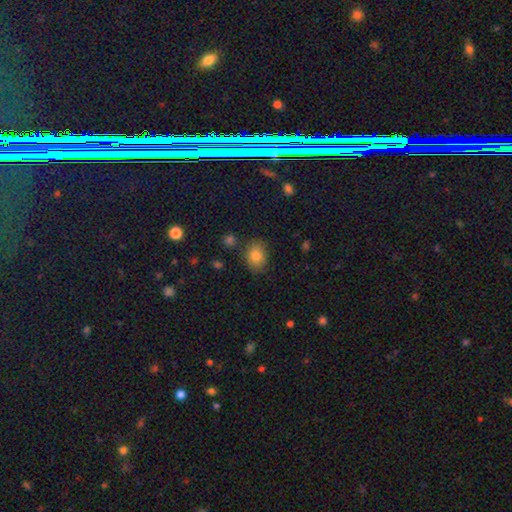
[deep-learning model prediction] The model was most divided on "how rounded": in between: 54%, round: 45%, cigar-shaped: 1%. More confident: smooth or featured — smooth (82%); merging — none (79%).